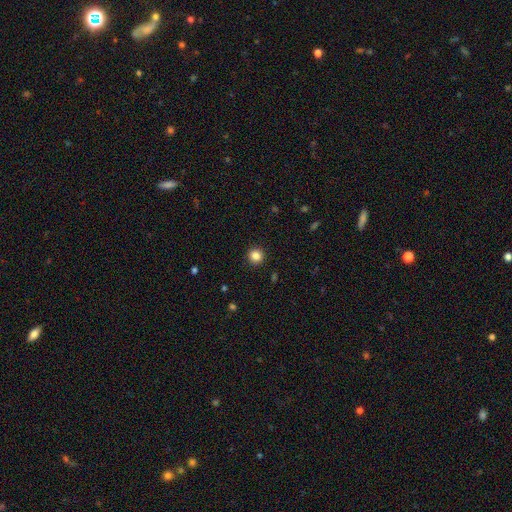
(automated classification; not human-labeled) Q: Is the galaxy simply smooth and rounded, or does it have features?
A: smooth — 85%.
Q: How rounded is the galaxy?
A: round — 94%.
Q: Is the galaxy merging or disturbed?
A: none — 93%.